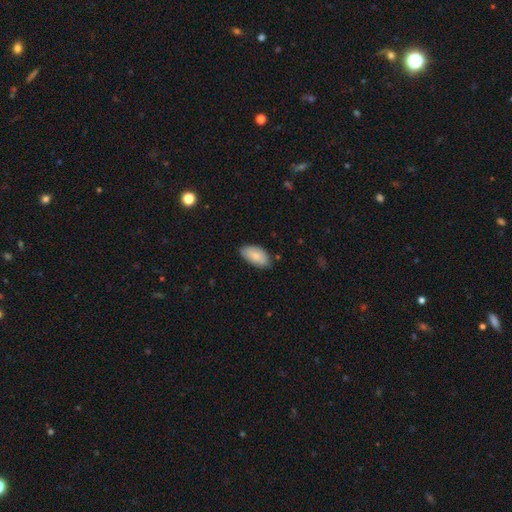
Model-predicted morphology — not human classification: Smooth or featured?
  - smooth: 79% *
  - featured or disk: 15%
  - star or artifact: 6%
How rounded?
  - in between: 95% *
  - round: 3%
  - cigar-shaped: 2%
Merging?
  - none: 77% *
  - minor disturbance: 19%
  - major disturbance: 3%
  - merger: 1%